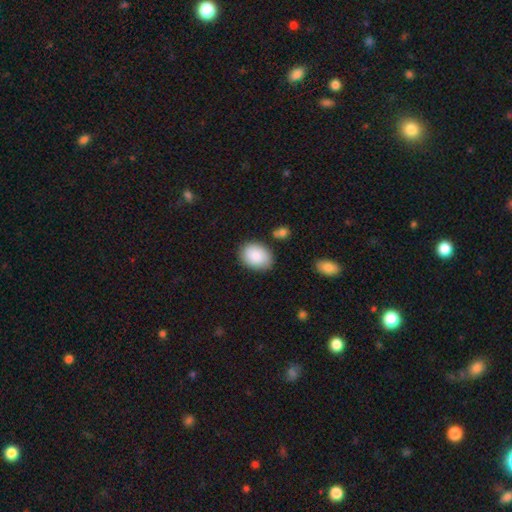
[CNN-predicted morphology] A smooth galaxy with no disk features (87%) that is in between round and cigar-shaped (71%).

Vote fractions:
- Smooth or featured? smooth: 87% / star or artifact: 7% / featured or disk: 6%
- How rounded? in between: 71% / round: 28% / cigar-shaped: 1%
- Merging? none: 81% / minor disturbance: 13% / merger: 3% / major disturbance: 3%